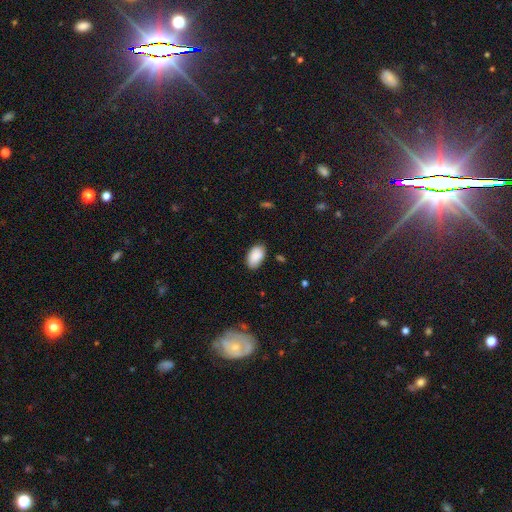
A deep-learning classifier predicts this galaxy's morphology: This appears to be a smooth galaxy with no disk features (90%) that is in between round and cigar-shaped (94%). Merging: none (83%).